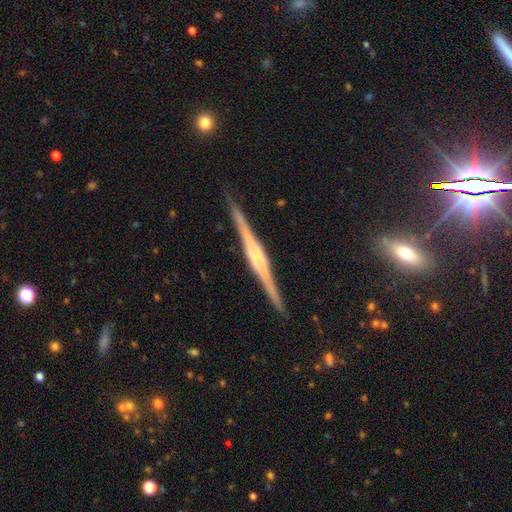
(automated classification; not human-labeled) The model was most divided on "edge-on bulge": rounded: 45%, boxy: 44%, none: 12%. More confident: edge-on disk — yes (98%); merging — none (90%); smooth or featured — featured or disk (84%).